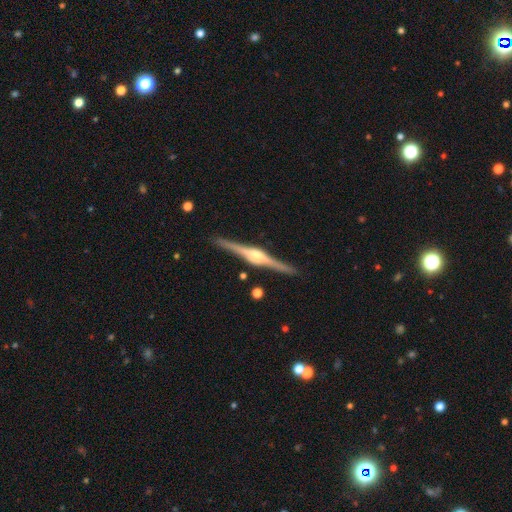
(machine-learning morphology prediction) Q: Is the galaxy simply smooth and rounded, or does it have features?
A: featured or disk — 87%.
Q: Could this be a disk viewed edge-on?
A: yes — 99%.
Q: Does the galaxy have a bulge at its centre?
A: rounded — 86%.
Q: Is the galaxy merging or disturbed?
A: none — 91%.